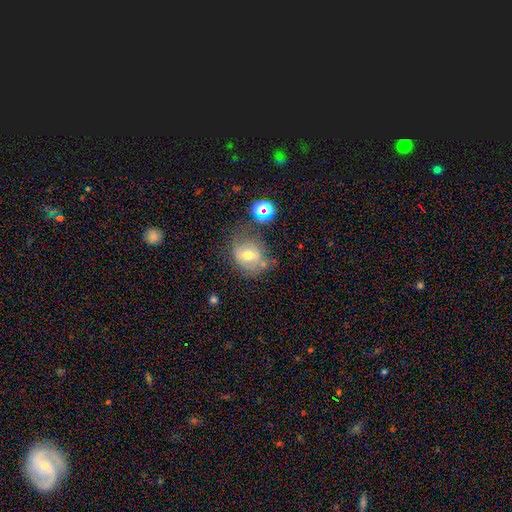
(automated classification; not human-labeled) A smooth galaxy with no disk features (48%).

Vote fractions:
- Smooth or featured? smooth: 48% / featured or disk: 37% / star or artifact: 16%
- Merging? none: 52% / minor disturbance: 26% / major disturbance: 13% / merger: 9%